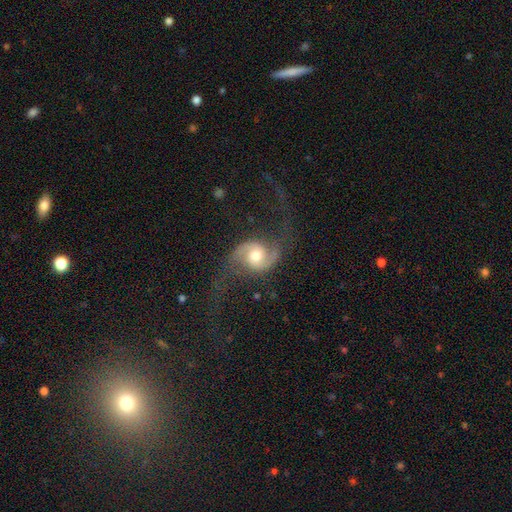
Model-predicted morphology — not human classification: The model was most divided on "spiral winding": loose: 55%, medium: 36%, tight: 9%. More confident: edge-on disk — no (98%); spiral arms — yes (97%); spiral arm count — 2 (93%); smooth or featured — featured or disk (85%); bulge size — moderate (69%); merging — none (61%); bar — no (60%).